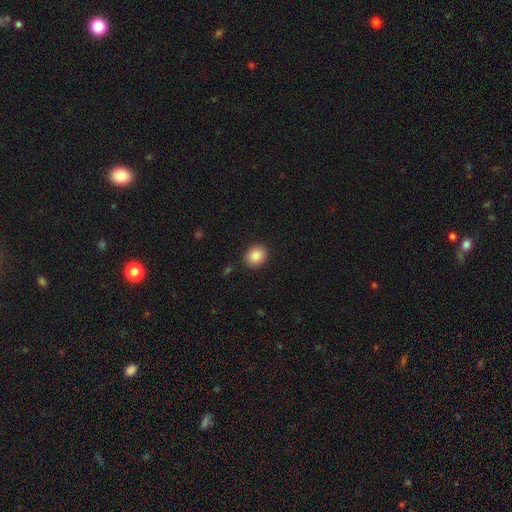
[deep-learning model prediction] A smooth galaxy with no disk features (88%) that is round (62%).

Vote fractions:
- Smooth or featured? smooth: 88% / star or artifact: 8% / featured or disk: 4%
- How rounded? round: 62% / in between: 37% / cigar-shaped: 1%
- Merging? none: 89% / minor disturbance: 8% / major disturbance: 2% / merger: 1%